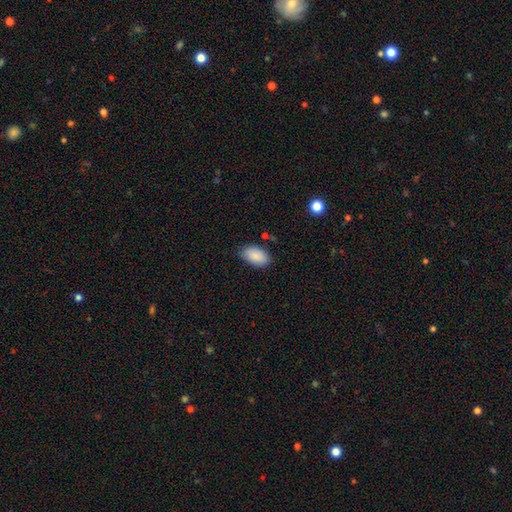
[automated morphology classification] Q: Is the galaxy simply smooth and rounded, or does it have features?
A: smooth — 89%.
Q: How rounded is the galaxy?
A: in between — 95%.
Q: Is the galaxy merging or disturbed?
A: none — 80%.